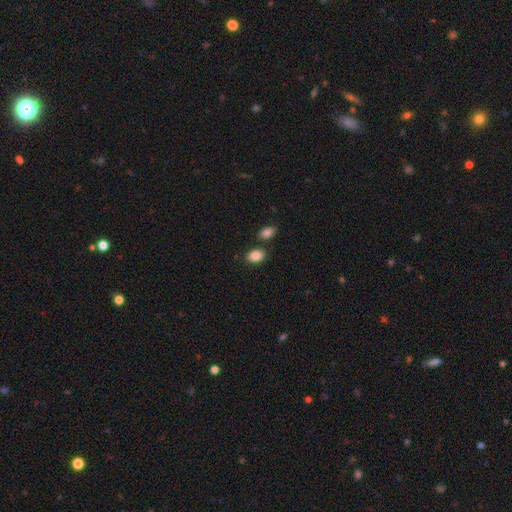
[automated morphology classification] type=smooth (85%); roundness=in between (77%); merging=none (76%).